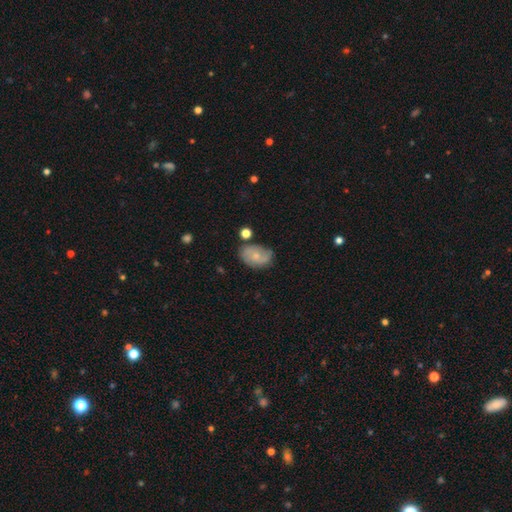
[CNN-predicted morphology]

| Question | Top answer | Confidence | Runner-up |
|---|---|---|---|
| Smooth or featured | smooth | 52% | featured or disk (40%) |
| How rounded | in between | 83% | round (16%) |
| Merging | none | 66% | minor disturbance (23%) |